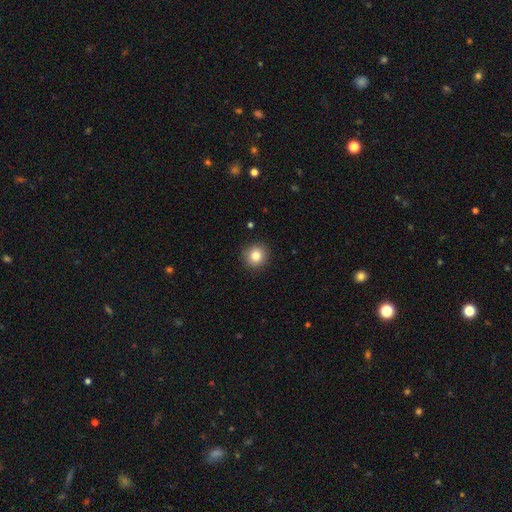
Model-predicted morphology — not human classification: A smooth galaxy with no disk features (83%) that is round (92%). Merging: none (92%).